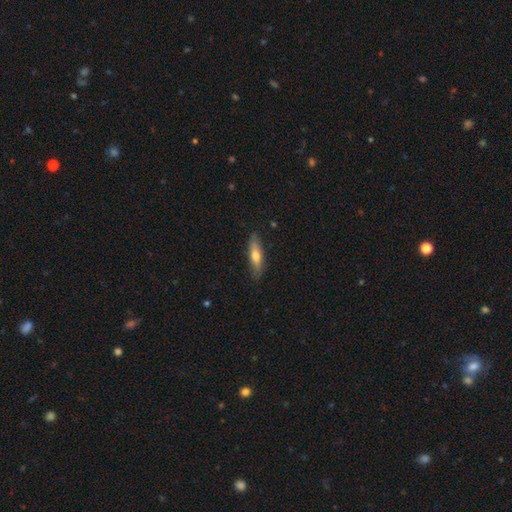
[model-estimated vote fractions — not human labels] Overall: smooth (62%; featured or disk 33%). How rounded: cigar-shaped (65%; in between 33%). Merging: none (83%).